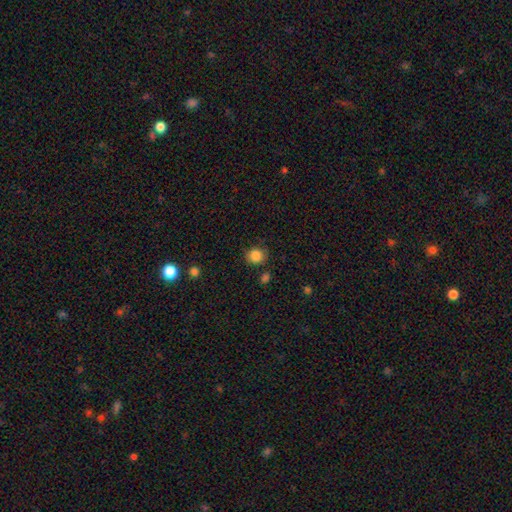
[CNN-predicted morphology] Overall: smooth (85%). How rounded: round (80%). Merging: none (79%).